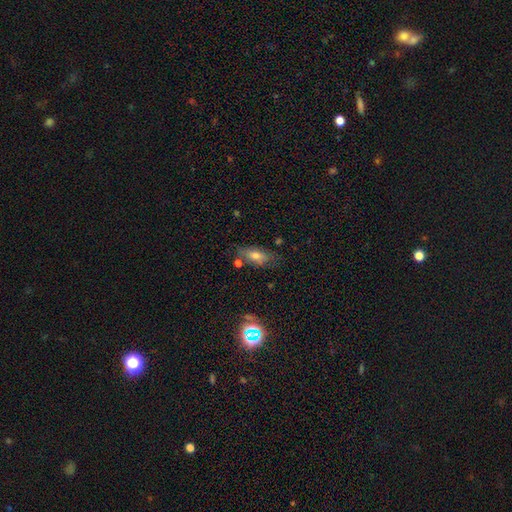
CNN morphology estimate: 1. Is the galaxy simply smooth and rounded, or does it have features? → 56% smooth, 28% featured or disk, 17% star or artifact.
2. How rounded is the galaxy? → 73% in between, 20% cigar-shaped, 7% round.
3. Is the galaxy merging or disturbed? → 70% none, 18% minor disturbance, 6% merger, 5% major disturbance.